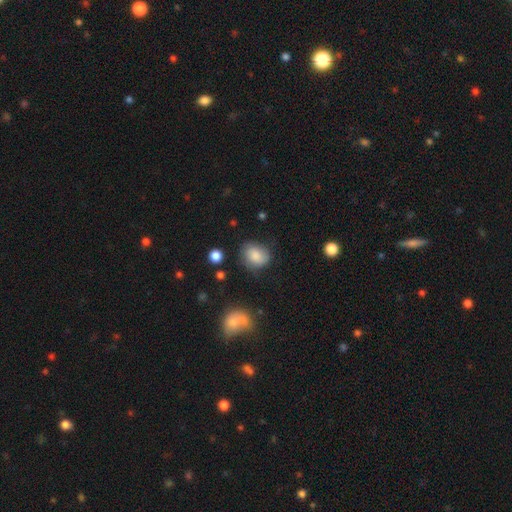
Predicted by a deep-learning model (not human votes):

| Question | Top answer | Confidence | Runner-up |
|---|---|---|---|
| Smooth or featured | smooth | 83% | featured or disk (9%) |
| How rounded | in between | 53% | round (46%) |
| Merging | none | 68% | minor disturbance (22%) |